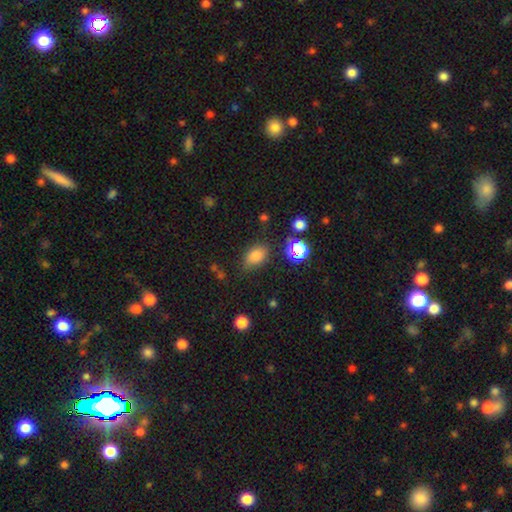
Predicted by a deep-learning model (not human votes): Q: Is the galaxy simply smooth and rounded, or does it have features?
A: smooth — 79%.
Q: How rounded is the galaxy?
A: in between — 82%.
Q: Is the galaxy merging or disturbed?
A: none — 74%.